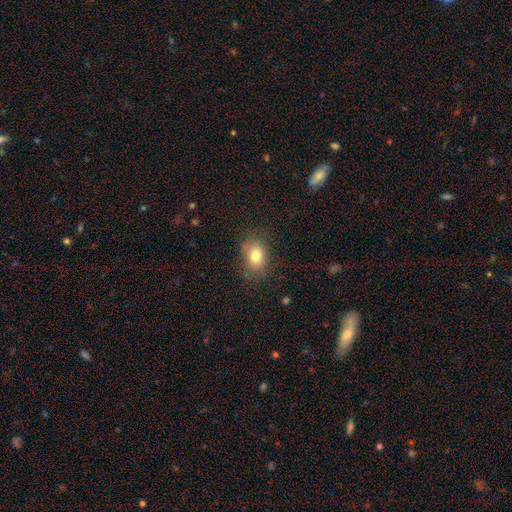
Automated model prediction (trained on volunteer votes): Smooth or featured? Predicted: smooth (p=0.79). How rounded? Predicted: in between (p=0.68). Merging? Predicted: none (p=0.77).